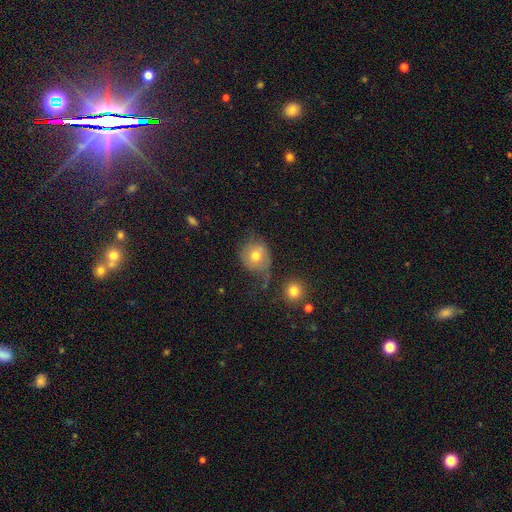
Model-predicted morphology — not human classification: smooth-or-featured: smooth: 63% | featured or disk: 27% | star or artifact: 10%
  how-rounded: round: 78% | in between: 21% | cigar-shaped: 1%
  merging: none: 41% | major disturbance: 27% | minor disturbance: 26% | merger: 7%